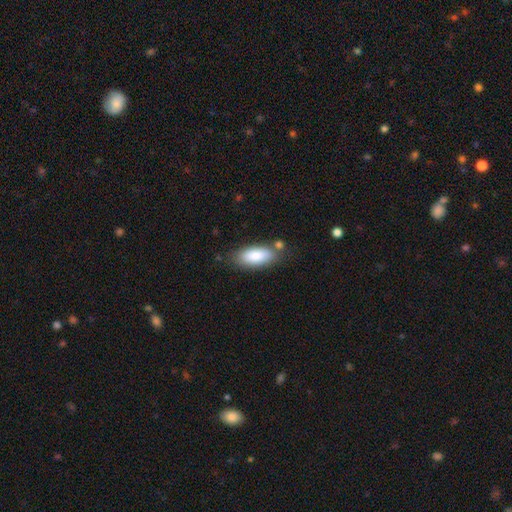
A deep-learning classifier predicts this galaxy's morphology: smooth 84%, featured or disk 10%, star or artifact 6%. Down the decision tree: how rounded — in between (83%); merging — none (71%).